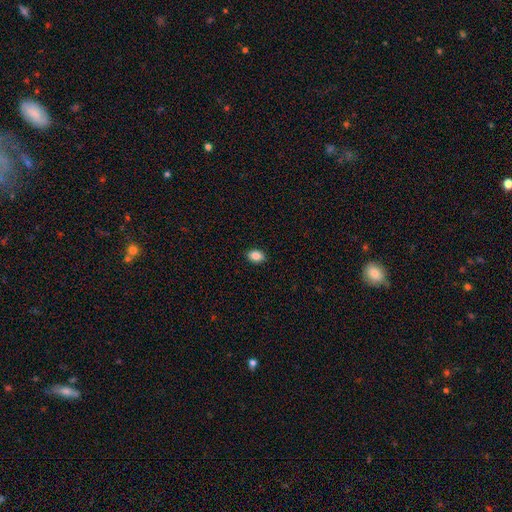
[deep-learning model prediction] Morphology: type=smooth (87%); roundness=in between (77%); merging=none (88%).